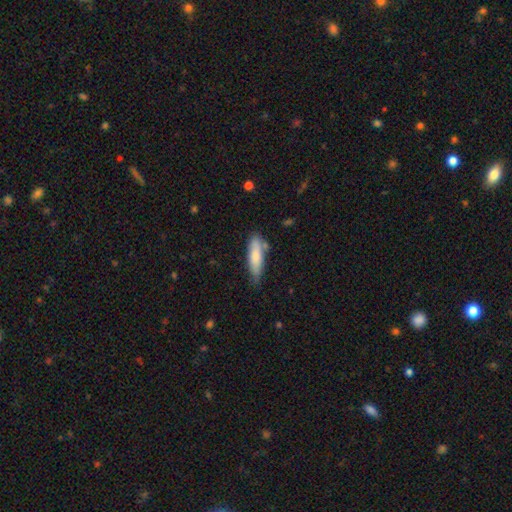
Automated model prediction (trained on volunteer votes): smooth-or-featured: smooth: 76% | featured or disk: 18% | star or artifact: 6%
  how-rounded: cigar-shaped: 56% | in between: 43% | round: 2%
  merging: none: 63% | minor disturbance: 26% | merger: 7% | major disturbance: 5%